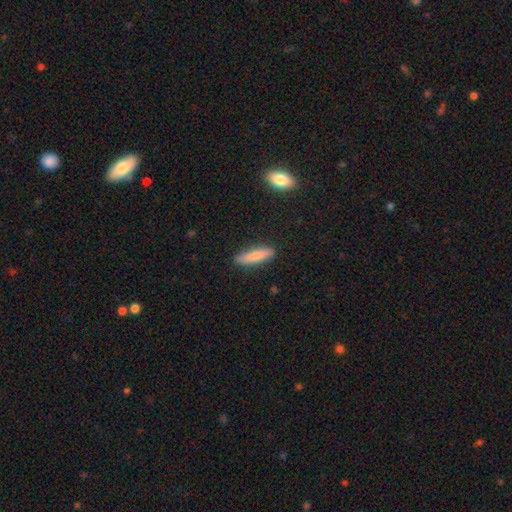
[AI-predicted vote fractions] Smooth or featured: smooth — 79% (featured or disk — 14%)
How rounded: cigar-shaped — 75% (in between — 23%)
Merging: none — 87% (minor disturbance — 10%)